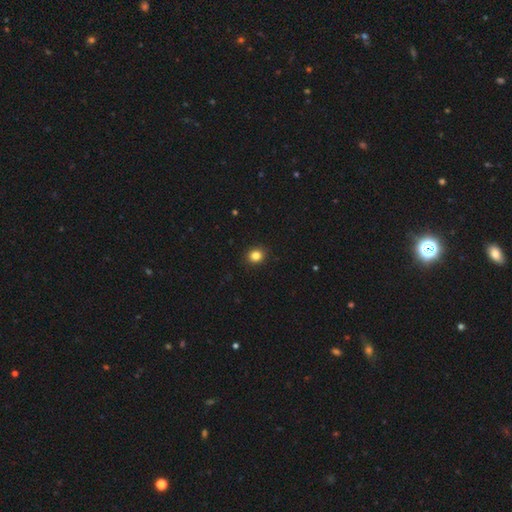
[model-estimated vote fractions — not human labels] Smooth or featured?
  - smooth: 83% *
  - star or artifact: 12%
  - featured or disk: 5%
How rounded?
  - round: 78% *
  - in between: 21%
  - cigar-shaped: 1%
Merging?
  - none: 92% *
  - minor disturbance: 6%
  - major disturbance: 2%
  - merger: 1%